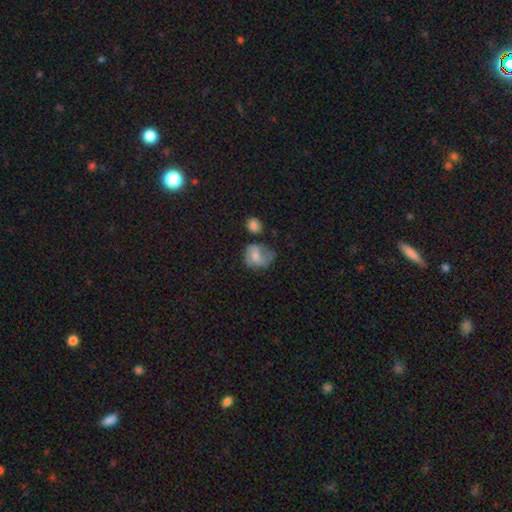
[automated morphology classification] A smooth galaxy with no disk features (55%) that is round (54%).

Vote fractions:
- Smooth or featured? smooth: 55% / featured or disk: 36% / star or artifact: 8%
- How rounded? round: 54% / in between: 45% / cigar-shaped: 1%
- Merging? none: 39% / minor disturbance: 32% / major disturbance: 22% / merger: 7%